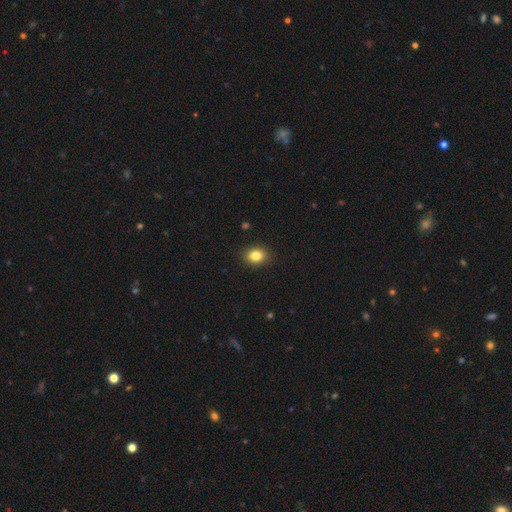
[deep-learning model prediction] Smooth or featured: smooth — 83% (star or artifact — 11%)
How rounded: round — 51% (in between — 48%)
Merging: none — 90% (minor disturbance — 7%)